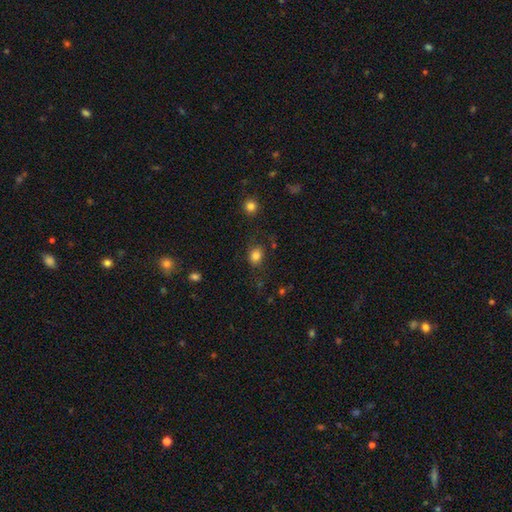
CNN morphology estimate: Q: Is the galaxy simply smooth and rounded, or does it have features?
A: smooth — 83%.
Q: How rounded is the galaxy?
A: round — 63%.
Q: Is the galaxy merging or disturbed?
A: none — 76%.